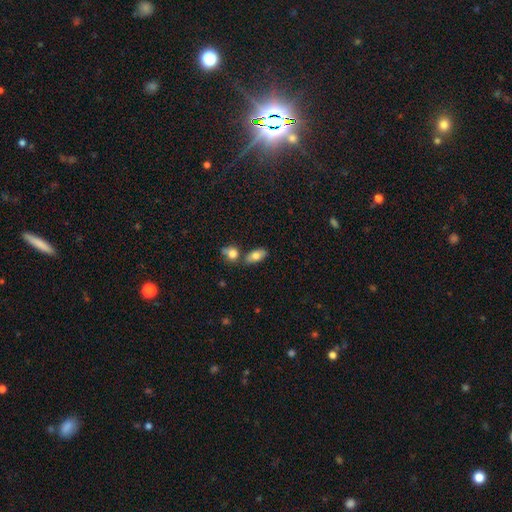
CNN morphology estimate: Smooth or featured? smooth (75%)
How rounded? in between (87%)
Merging? none (63%)